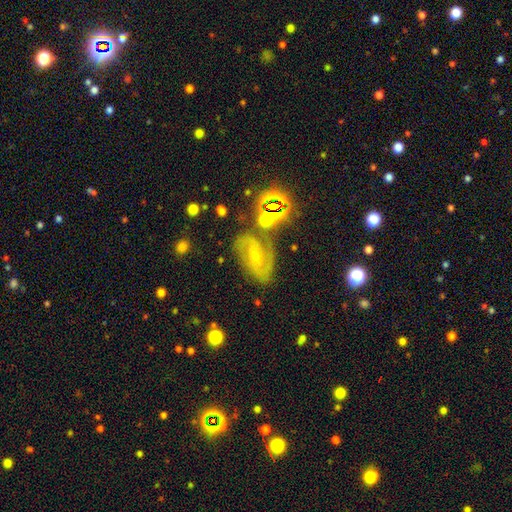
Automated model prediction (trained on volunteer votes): Smooth or featured: featured or disk — 67% (star or artifact — 19%)
Edge-on disk: no — 94% (yes — 6%)
Bar: weak — 43% (no — 36%)
Spiral arms: yes — 91% (no — 9%)
Spiral winding: medium — 43% (tight — 40%)
Spiral arm count: 2 — 66% (can't tell — 17%)
Bulge size: small — 65% (moderate — 32%)
Merging: none — 68% (minor disturbance — 17%)